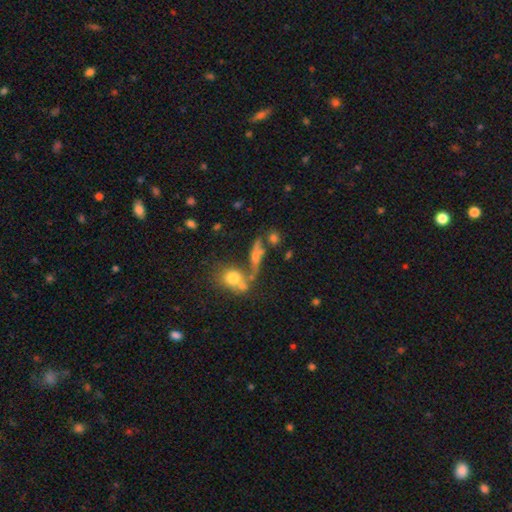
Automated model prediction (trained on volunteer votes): Overall: featured or disk (43%; smooth 41%). Merging: none (49%; merger 26%).